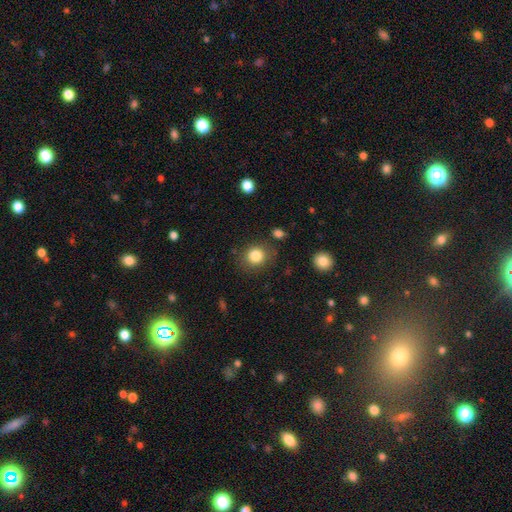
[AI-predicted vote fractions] Overall: smooth (83%). How rounded: round (81%). Merging: none (81%).